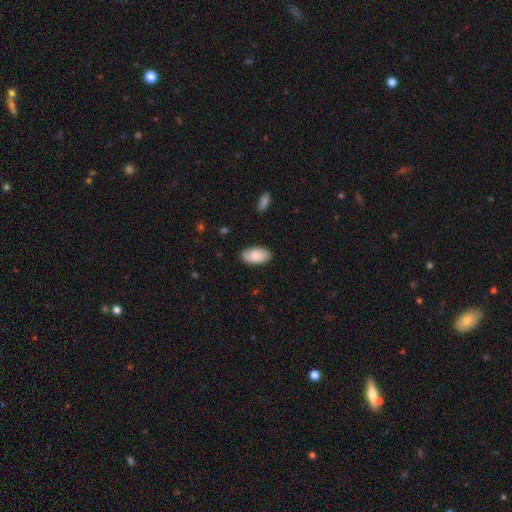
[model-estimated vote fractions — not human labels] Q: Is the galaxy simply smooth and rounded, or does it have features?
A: smooth — 87%.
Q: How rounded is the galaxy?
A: in between — 95%.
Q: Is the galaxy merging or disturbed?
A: none — 86%.